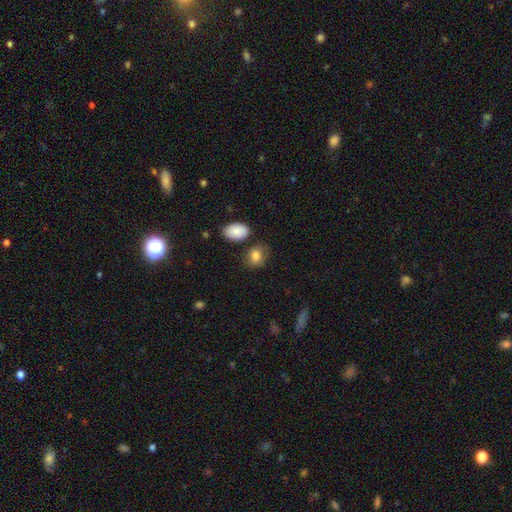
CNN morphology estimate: smooth 83%, star or artifact 9%, featured or disk 8%. Down the decision tree: how rounded — in between (61%); merging — none (68%).